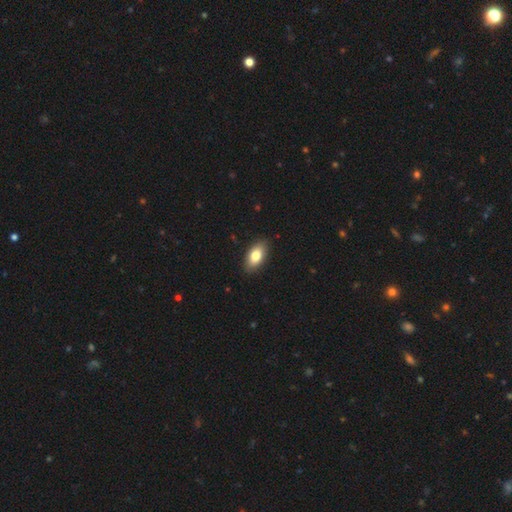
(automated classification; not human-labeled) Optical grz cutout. It shows a smooth galaxy with no disk features (81%) that is in between round and cigar-shaped (92%). Merging: none (88%).